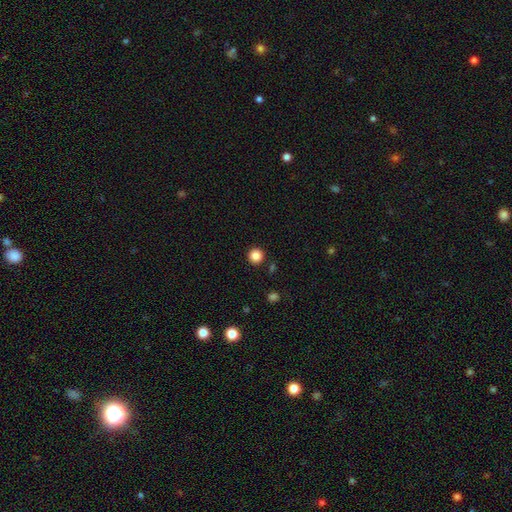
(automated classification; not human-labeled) smooth-or-featured: smooth: 86% | star or artifact: 11% | featured or disk: 3%
  how-rounded: round: 96% | in between: 3% | cigar-shaped: 1%
  merging: none: 91% | minor disturbance: 5% | merger: 2% | major disturbance: 2%